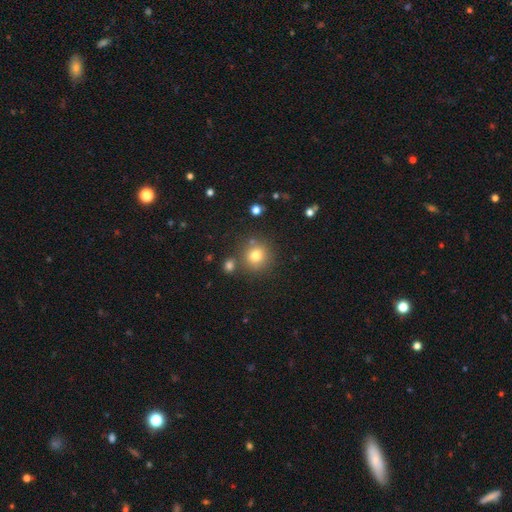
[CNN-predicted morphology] smooth 76%, star or artifact 15%, featured or disk 10%. Down the decision tree: how rounded — round (92%); merging — none (79%).